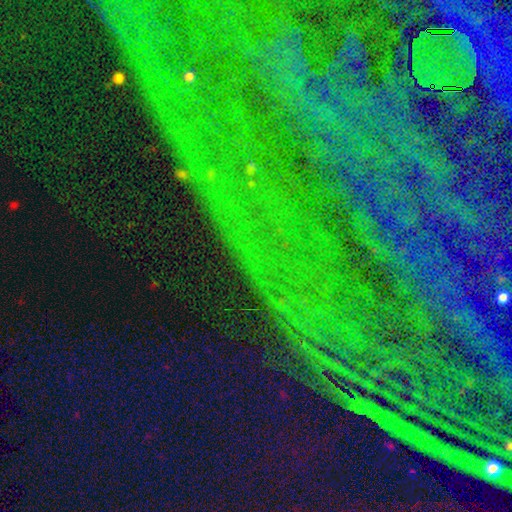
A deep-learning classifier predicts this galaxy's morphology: smooth_or_featured: star or artifact (p=0.85) [alt: featured or disk p=0.08]